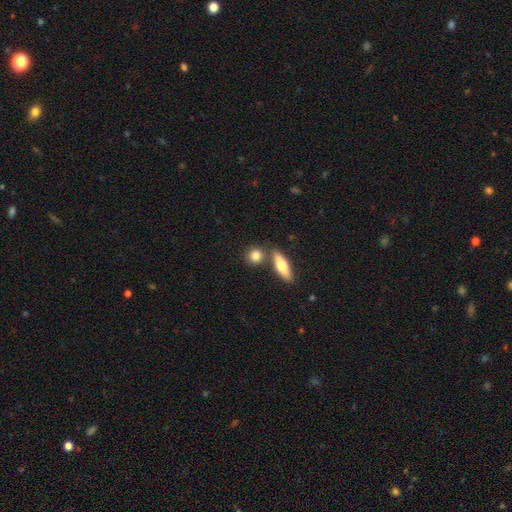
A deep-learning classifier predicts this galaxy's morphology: This is clearly a smooth galaxy (81%). How rounded: likely round (66%). Merging: likely none (67%).